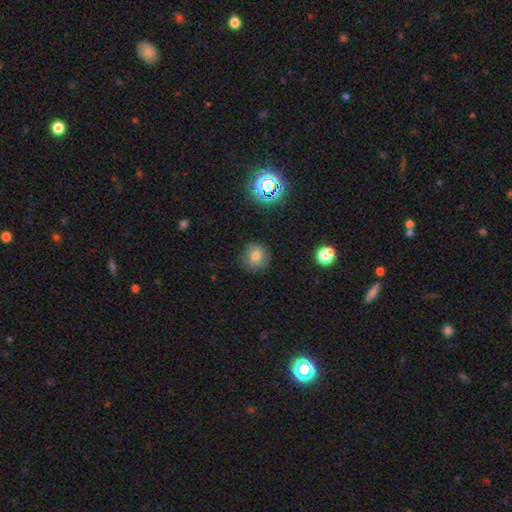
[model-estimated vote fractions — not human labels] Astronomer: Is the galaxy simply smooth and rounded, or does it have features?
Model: smooth — 74%.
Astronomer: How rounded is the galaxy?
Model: round — 88%.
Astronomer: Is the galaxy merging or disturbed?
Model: none — 83%.